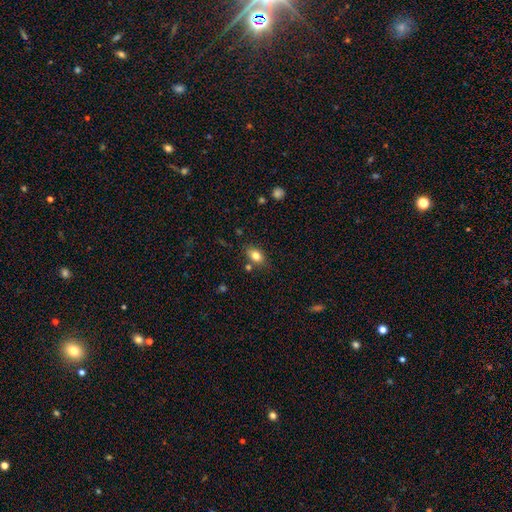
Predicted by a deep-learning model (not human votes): Q: Smooth or featured?
A: smooth (79%); runner-up: featured or disk (12%)
Q: How rounded?
A: in between (82%); runner-up: round (15%)
Q: Merging?
A: none (76%); runner-up: minor disturbance (14%)